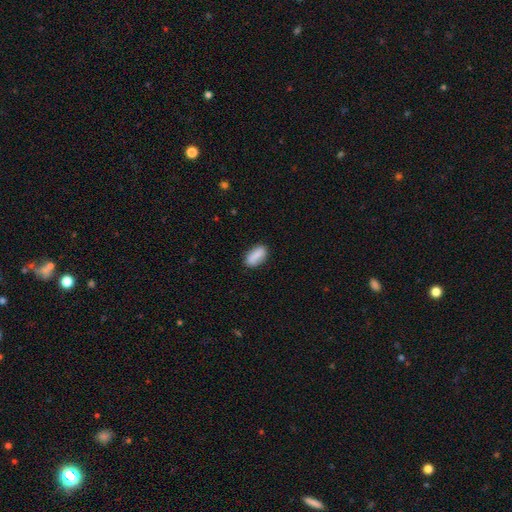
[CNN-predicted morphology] type=smooth (83%); roundness=in between (84%); merging=none (85%).